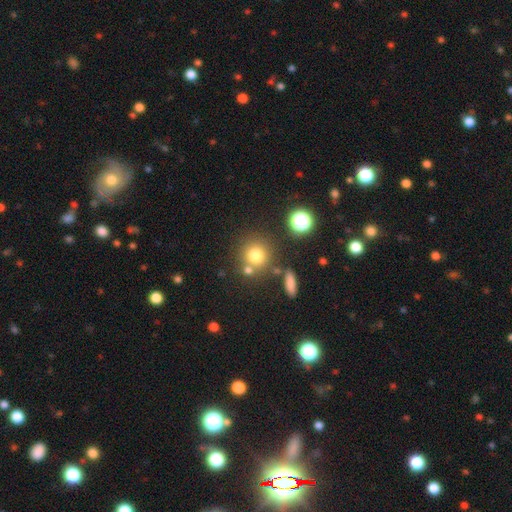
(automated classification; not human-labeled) A smooth galaxy with no disk features (75%) that is round (90%). Merging: none (70%).